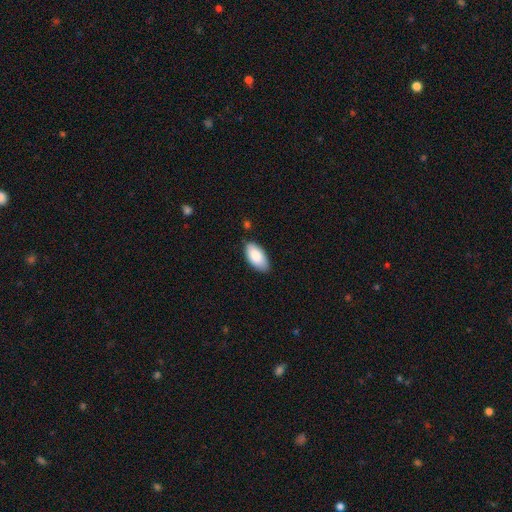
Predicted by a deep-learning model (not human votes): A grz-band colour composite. It shows a smooth galaxy with no disk features (86%) that is in between round and cigar-shaped (94%). Merging: none (79%).